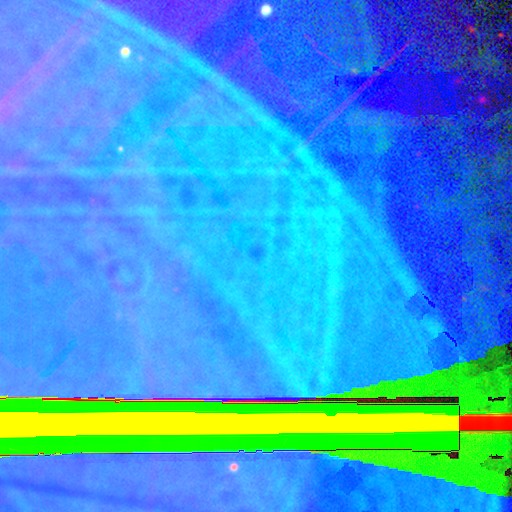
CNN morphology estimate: Q: Smooth or featured?
A: star or artifact (86%); runner-up: featured or disk (7%)